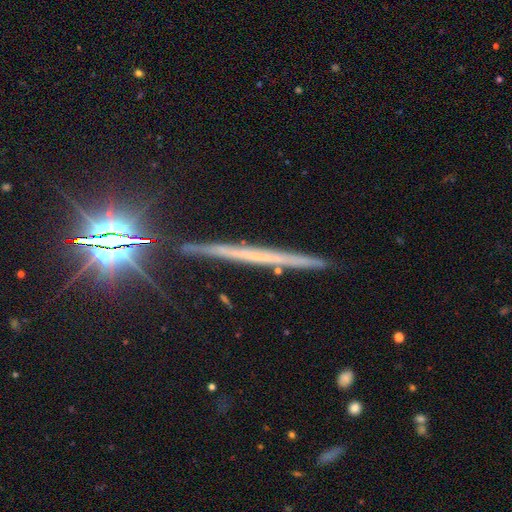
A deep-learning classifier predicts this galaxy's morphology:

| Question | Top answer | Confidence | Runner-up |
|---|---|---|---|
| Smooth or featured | featured or disk | 55% | smooth (28%) |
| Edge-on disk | yes | 97% | no (3%) |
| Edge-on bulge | none | 88% | rounded (8%) |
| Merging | none | 88% | minor disturbance (9%) |